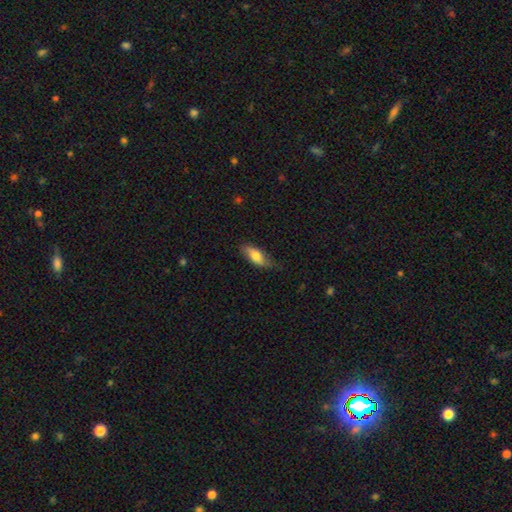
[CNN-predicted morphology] This appears to be a smooth galaxy with no disk features (75%) that is in between round and cigar-shaped (77%). Merging: none (69%).